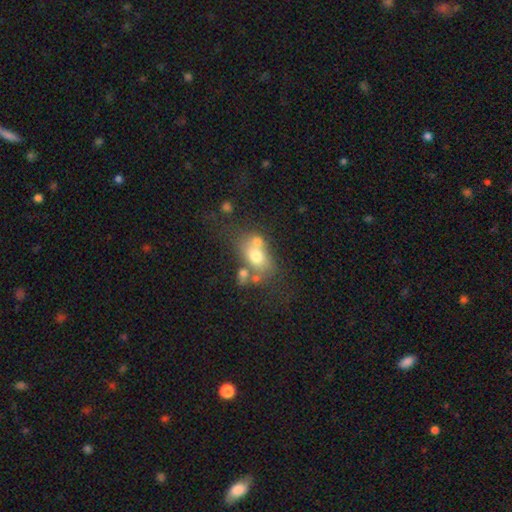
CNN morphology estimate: This is likely a smooth galaxy (62%). How rounded: likely in between (72%). Merging: marginally merger (42%).